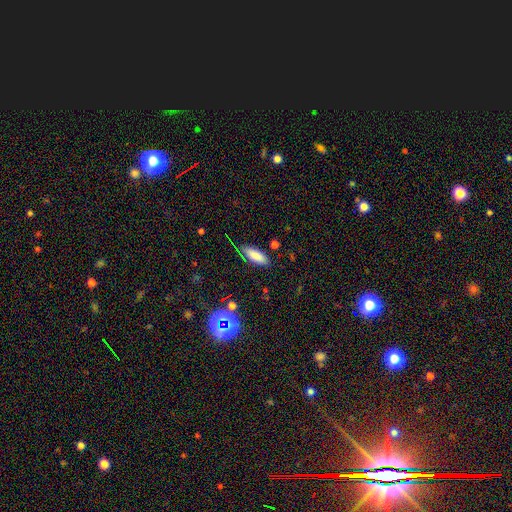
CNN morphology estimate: Q: Smooth or featured?
A: smooth (81%); runner-up: featured or disk (10%)
Q: How rounded?
A: in between (73%); runner-up: cigar-shaped (25%)
Q: Merging?
A: none (73%); runner-up: minor disturbance (19%)